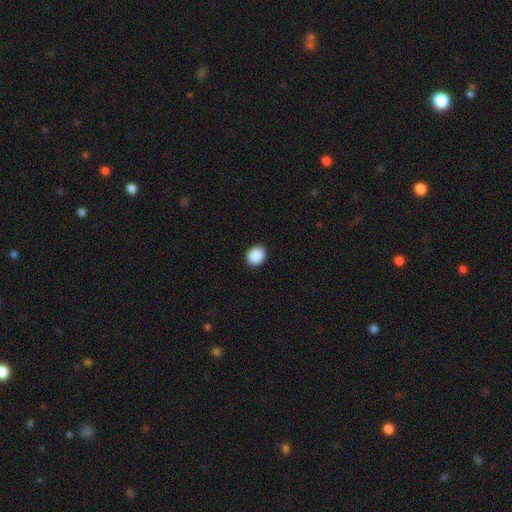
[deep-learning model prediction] Smooth or featured: smooth — 90% (star or artifact — 8%)
How rounded: round — 65% (in between — 34%)
Merging: none — 91% (minor disturbance — 6%)